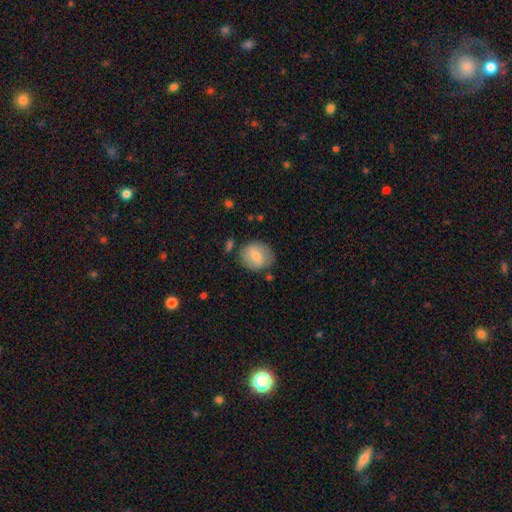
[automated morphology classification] Overall: smooth (73%). How rounded: round (83%). Merging: none (77%).